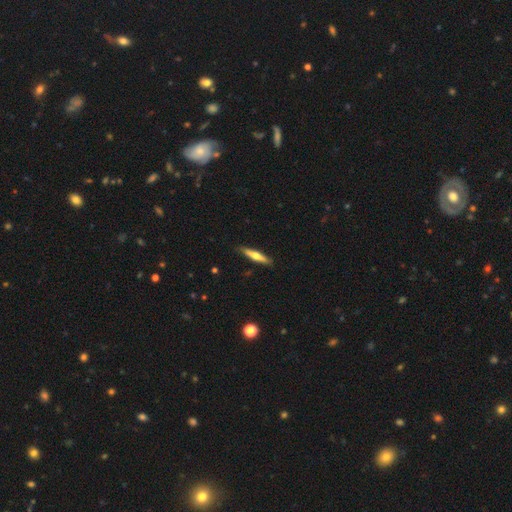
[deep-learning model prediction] A smooth galaxy with no disk features (50%) that is cigar-shaped (89%). Merging: none (88%).